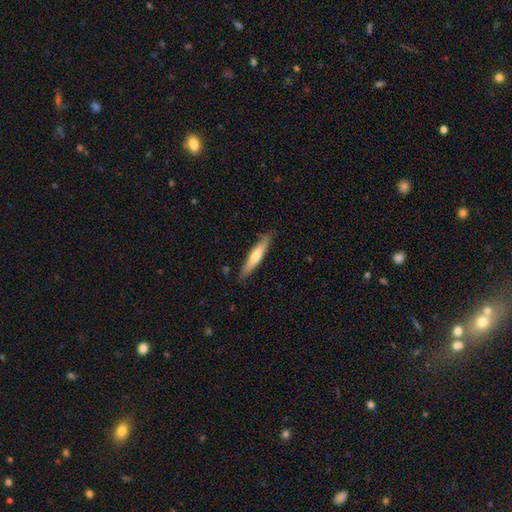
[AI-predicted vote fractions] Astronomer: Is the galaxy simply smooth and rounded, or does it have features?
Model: smooth — 53% (runner-up: featured or disk, 41%).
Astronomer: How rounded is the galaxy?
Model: cigar-shaped — 89%.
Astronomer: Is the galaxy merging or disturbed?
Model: none — 85%.